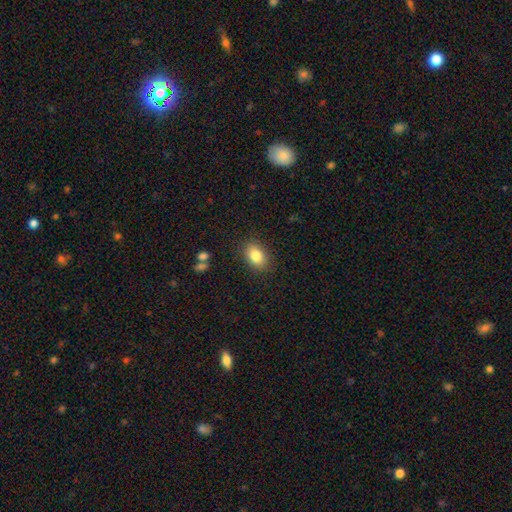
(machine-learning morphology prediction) Q: Smooth or featured?
A: smooth (84%); runner-up: star or artifact (9%)
Q: How rounded?
A: in between (80%); runner-up: round (19%)
Q: Merging?
A: none (86%); runner-up: minor disturbance (10%)